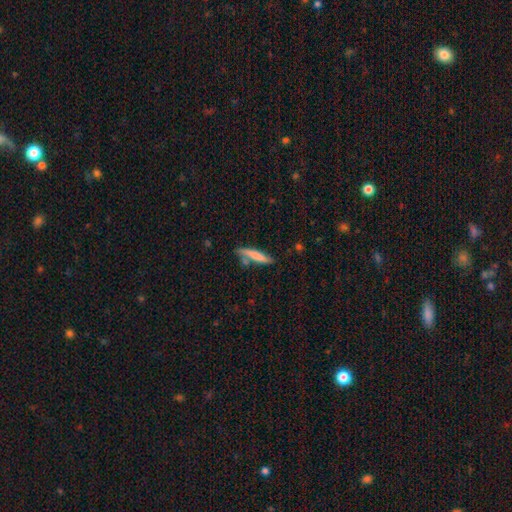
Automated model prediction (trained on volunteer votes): The model was most divided on "merging": none: 64%, minor disturbance: 18%, merger: 13%, major disturbance: 5%. More confident: how rounded — cigar-shaped (88%); smooth or featured — smooth (72%).